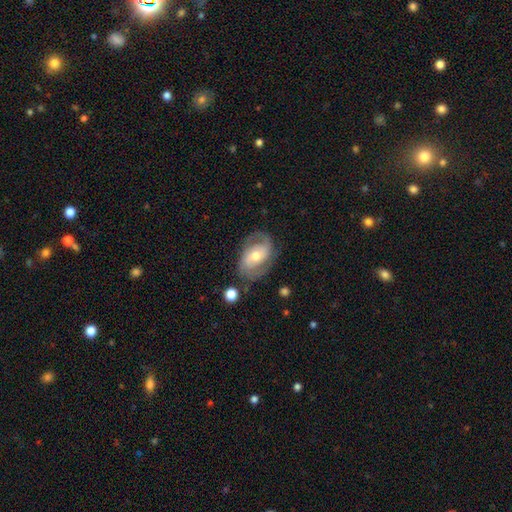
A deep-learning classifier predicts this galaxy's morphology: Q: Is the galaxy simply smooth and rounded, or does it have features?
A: featured or disk — 75%.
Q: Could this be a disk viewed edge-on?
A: no — 96%.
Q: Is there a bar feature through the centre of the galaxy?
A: no — 43%.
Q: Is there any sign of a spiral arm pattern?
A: yes — 88%.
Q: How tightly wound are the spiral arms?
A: medium — 47%.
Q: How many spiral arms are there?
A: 2 — 84%.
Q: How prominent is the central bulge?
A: moderate — 65%.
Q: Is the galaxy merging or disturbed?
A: none — 73%.